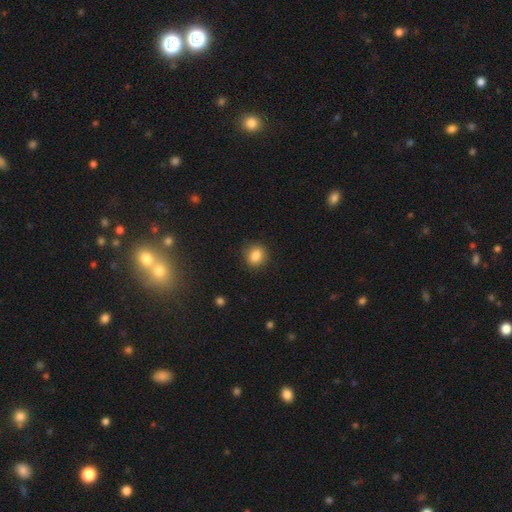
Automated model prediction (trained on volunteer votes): smooth_or_featured: smooth (p=0.84) [alt: star or artifact p=0.10]
how_rounded: round (p=0.68) [alt: in between p=0.31]
merging: none (p=0.87) [alt: minor disturbance p=0.09]